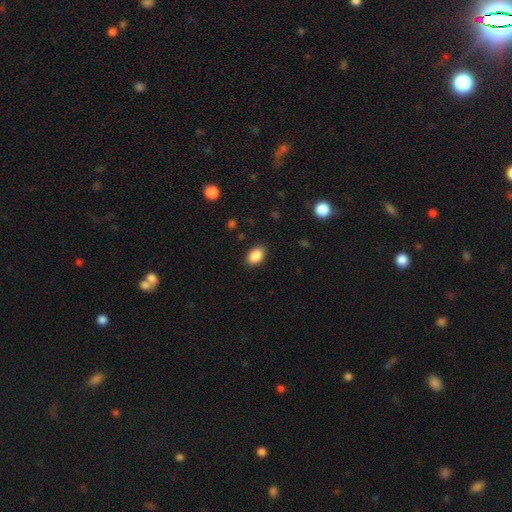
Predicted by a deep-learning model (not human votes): smooth-or-featured: smooth: 88% | star or artifact: 8% | featured or disk: 4%
  how-rounded: in between: 84% | round: 15% | cigar-shaped: 1%
  merging: none: 85% | minor disturbance: 11% | major disturbance: 3% | merger: 1%